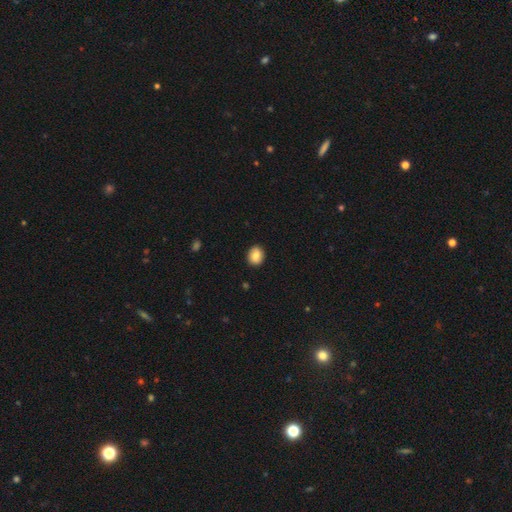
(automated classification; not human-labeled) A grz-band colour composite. It shows a smooth galaxy with no disk features (83%) that is round (63%). Merging: none (89%).